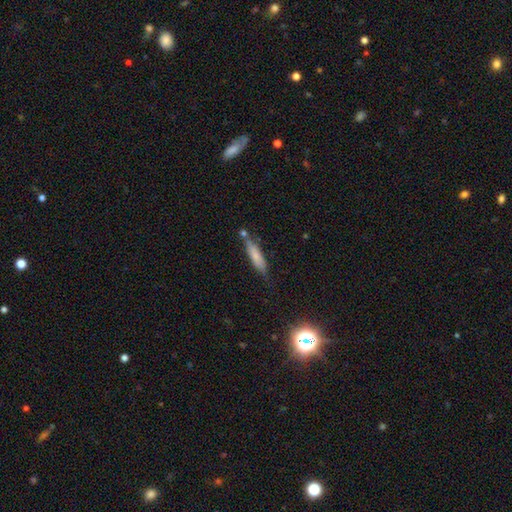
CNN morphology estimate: Smooth or featured? smooth (69%)
How rounded? cigar-shaped (80%)
Merging? none (64%)